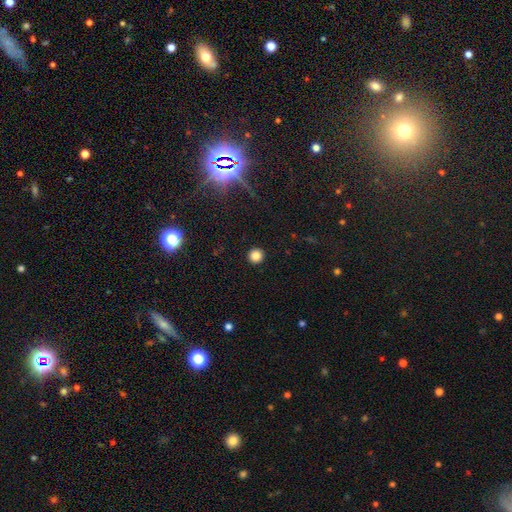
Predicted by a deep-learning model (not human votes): smooth_or_featured: smooth (p=0.84) [alt: star or artifact p=0.12]
how_rounded: round (p=0.96) [alt: in between p=0.03]
merging: none (p=0.93) [alt: minor disturbance p=0.04]